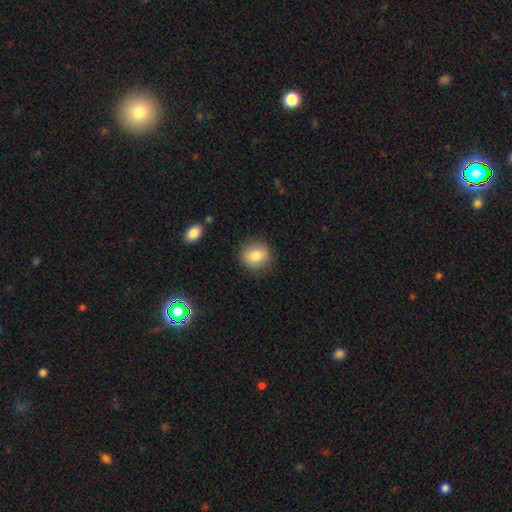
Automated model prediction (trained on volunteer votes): This appears to be a smooth galaxy with no disk features (83%) that is round (78%). Merging: none (85%).